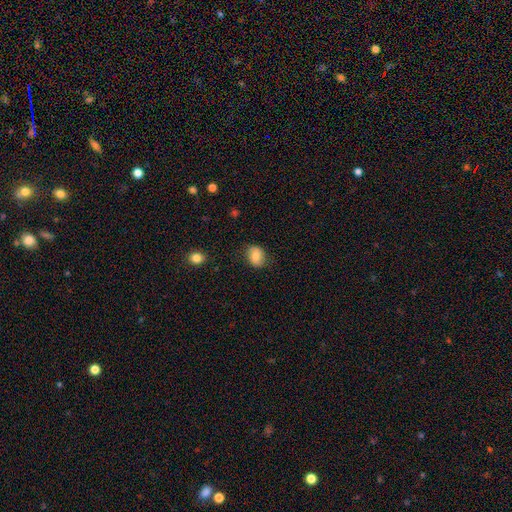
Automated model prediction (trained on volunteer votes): This appears to be a smooth galaxy with no disk features (81%) that is in between round and cigar-shaped (63%). Merging: none (80%).